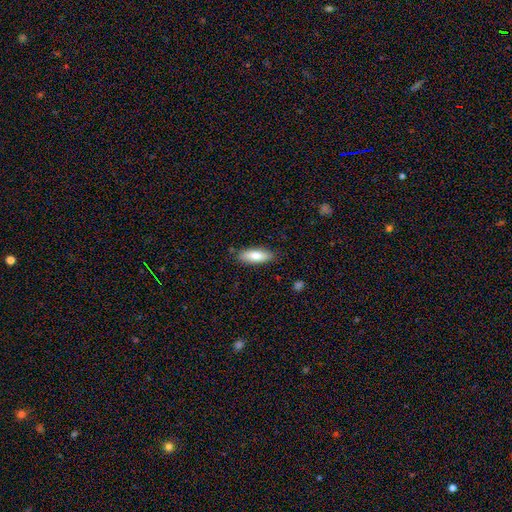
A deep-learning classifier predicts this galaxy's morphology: type=smooth (75%); roundness=in between (69%); merging=none (85%).